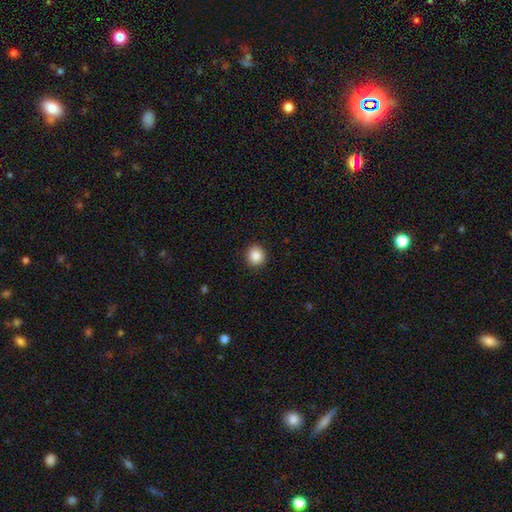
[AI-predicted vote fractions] A smooth galaxy with no disk features (87%) that is round (91%). Merging: none (92%).